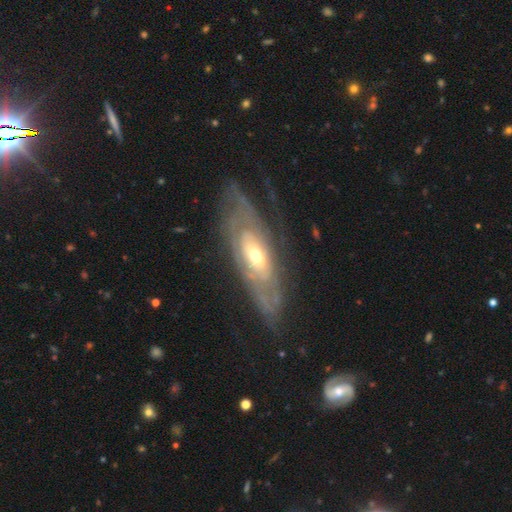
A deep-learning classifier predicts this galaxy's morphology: Smooth or featured? featured or disk (79%)
Edge-on disk? no (83%)
Bar? no (78%)
Spiral arms? yes (73%)
Bulge size? moderate (55%)
Merging? none (62%)